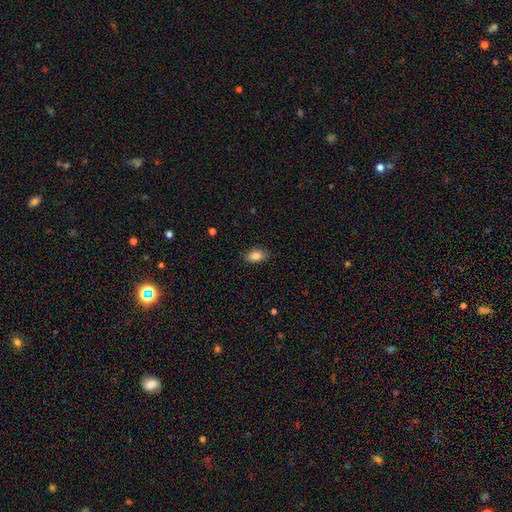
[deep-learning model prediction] Smooth or featured: smooth — 85% (star or artifact — 8%)
How rounded: in between — 90% (round — 7%)
Merging: none — 88% (minor disturbance — 9%)